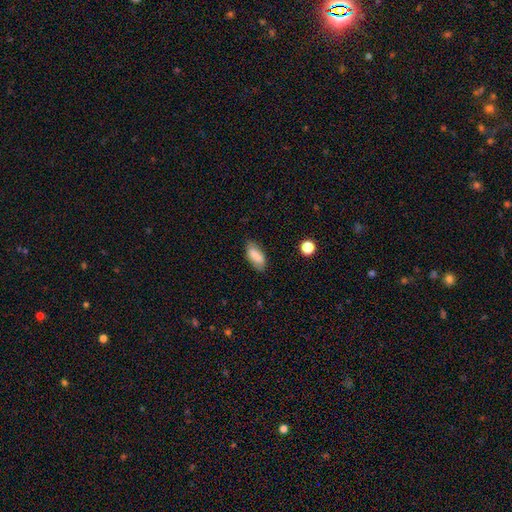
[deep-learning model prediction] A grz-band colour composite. It shows a smooth galaxy with no disk features (82%) that is in between round and cigar-shaped (84%). Merging: none (75%).